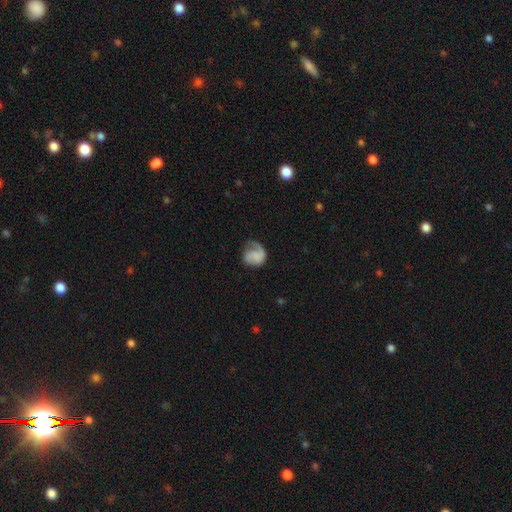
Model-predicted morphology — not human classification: Q: Smooth or featured?
A: featured or disk (47%); runner-up: smooth (45%)
Q: Merging?
A: none (45%); runner-up: minor disturbance (27%)